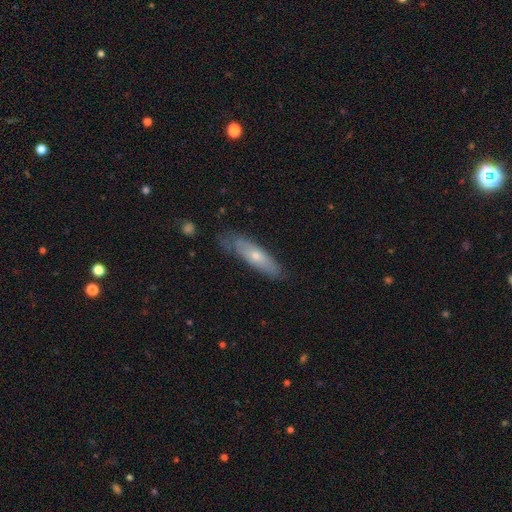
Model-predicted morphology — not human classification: A smooth galaxy with no disk features (48%). Merging: none (69%).